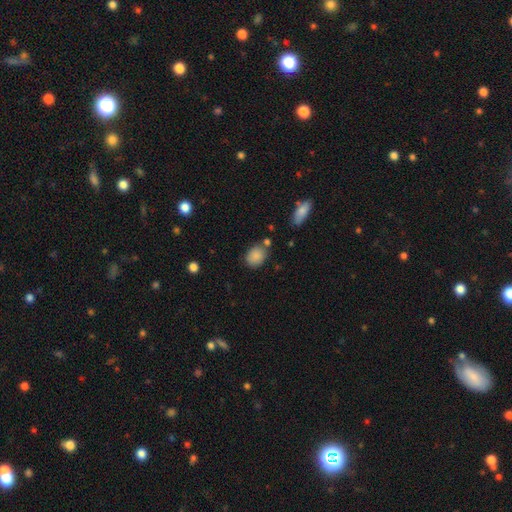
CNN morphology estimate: smooth-or-featured: smooth: 86% | star or artifact: 8% | featured or disk: 5%
  how-rounded: in between: 62% | round: 37% | cigar-shaped: 1%
  merging: none: 71% | minor disturbance: 16% | merger: 9% | major disturbance: 4%